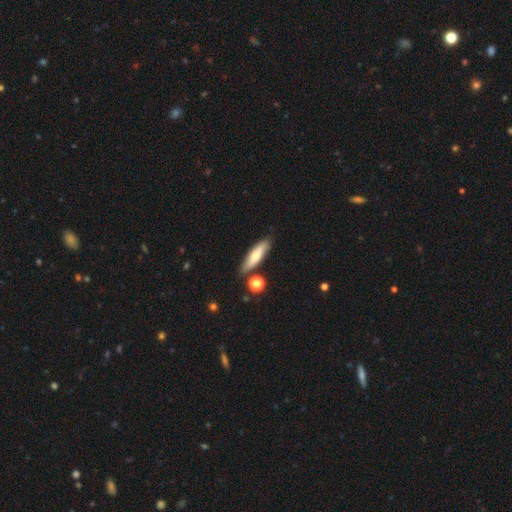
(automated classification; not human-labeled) Smooth or featured: smooth — 67% (featured or disk — 27%)
How rounded: cigar-shaped — 66% (in between — 31%)
Merging: none — 79% (minor disturbance — 13%)